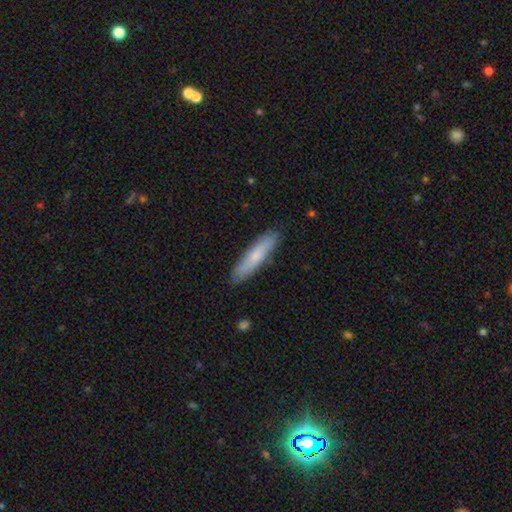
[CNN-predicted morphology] type=smooth (66%); roundness=cigar-shaped (86%); merging=none (88%).